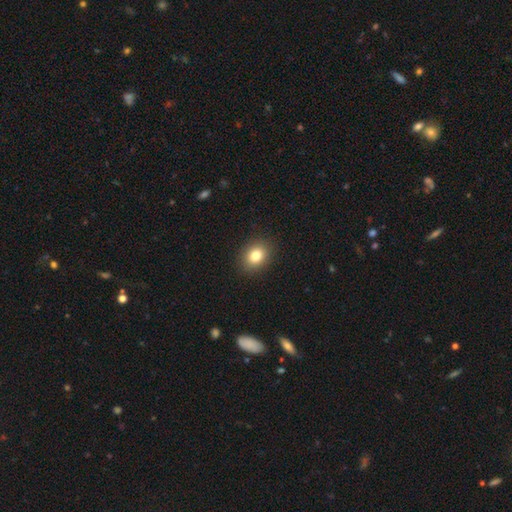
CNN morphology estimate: Smooth or featured? Predicted: smooth (p=0.82). How rounded? Predicted: in between (p=0.51). Merging? Predicted: none (p=0.89).